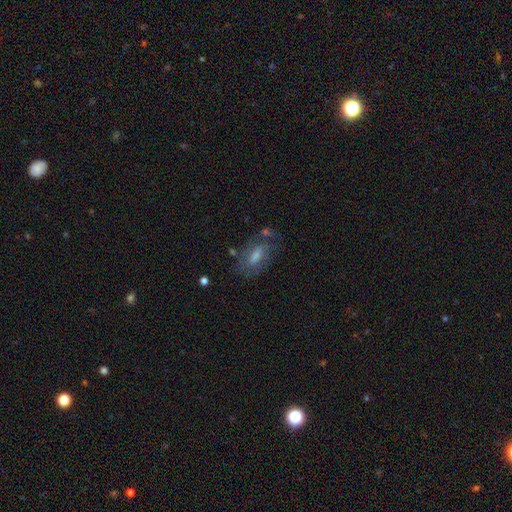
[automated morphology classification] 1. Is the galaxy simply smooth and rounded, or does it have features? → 45% featured or disk, 40% smooth, 15% star or artifact.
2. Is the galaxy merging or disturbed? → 65% none, 19% minor disturbance, 11% major disturbance, 5% merger.